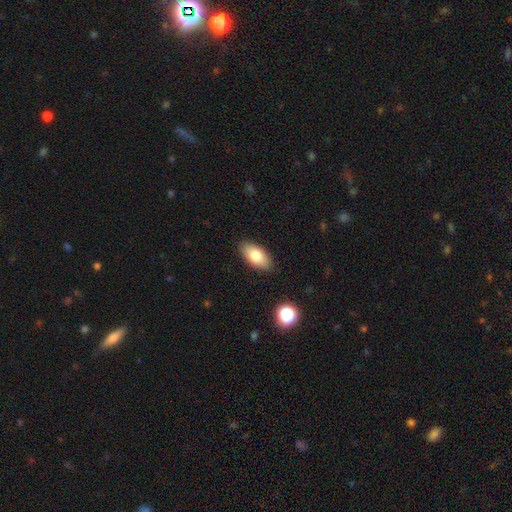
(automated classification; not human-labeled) A smooth galaxy with no disk features (78%) that is in between round and cigar-shaped (92%).

Vote fractions:
- Smooth or featured? smooth: 78% / featured or disk: 15% / star or artifact: 8%
- How rounded? in between: 92% / cigar-shaped: 5% / round: 4%
- Merging? none: 88% / minor disturbance: 9% / major disturbance: 2% / merger: 1%